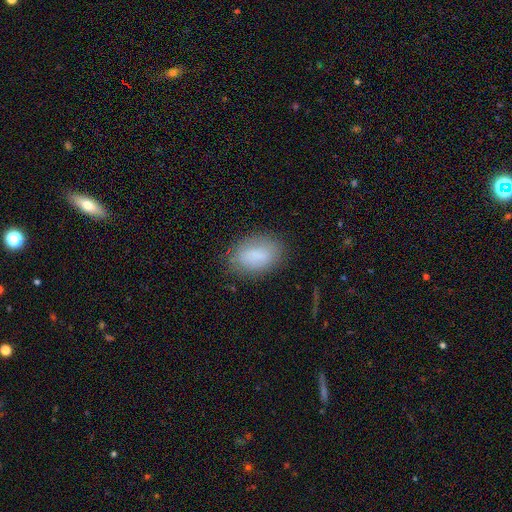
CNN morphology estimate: The model was most divided on "merging": none: 78%, minor disturbance: 16%, major disturbance: 5%, merger: 2%. More confident: how rounded — in between (87%); smooth or featured — smooth (83%).